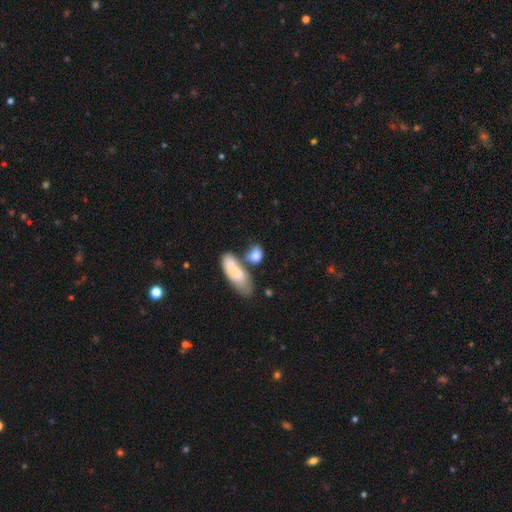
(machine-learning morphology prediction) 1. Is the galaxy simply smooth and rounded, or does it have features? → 80% smooth, 13% featured or disk, 7% star or artifact.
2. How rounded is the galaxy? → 67% in between, 24% round, 9% cigar-shaped.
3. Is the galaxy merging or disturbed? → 43% none, 32% merger, 17% minor disturbance, 8% major disturbance.